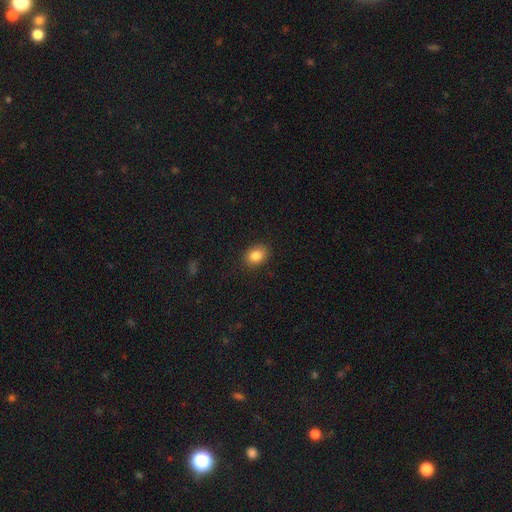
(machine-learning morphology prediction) Smooth or featured?
  - smooth: 85% *
  - star or artifact: 9%
  - featured or disk: 6%
How rounded?
  - in between: 66% *
  - round: 33%
  - cigar-shaped: 1%
Merging?
  - none: 87% *
  - minor disturbance: 9%
  - major disturbance: 2%
  - merger: 1%